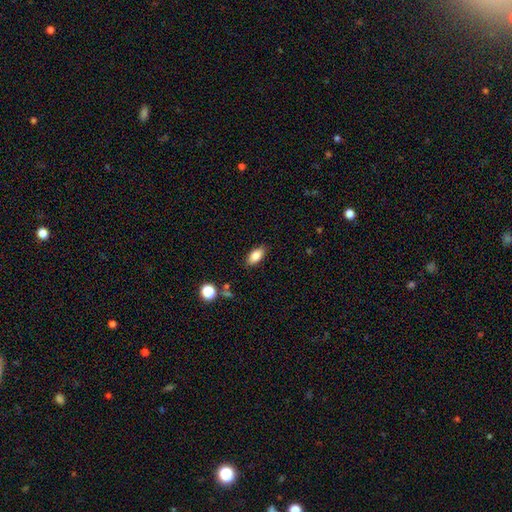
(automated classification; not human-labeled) Smooth or featured? Predicted: smooth (p=0.84). How rounded? Predicted: in between (p=0.89). Merging? Predicted: none (p=0.85).